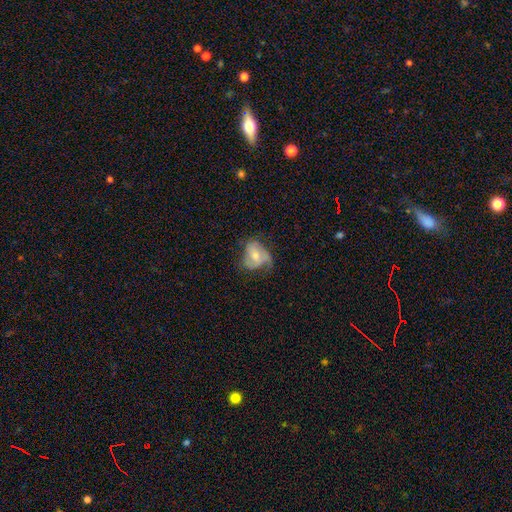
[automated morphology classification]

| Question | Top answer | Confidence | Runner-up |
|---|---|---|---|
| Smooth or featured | featured or disk | 52% | smooth (41%) |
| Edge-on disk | no | 97% | yes (3%) |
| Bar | no | 59% | weak (31%) |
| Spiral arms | yes | 70% | no (30%) |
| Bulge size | moderate | 56% | small (34%) |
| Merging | none | 36% | minor disturbance (32%) |